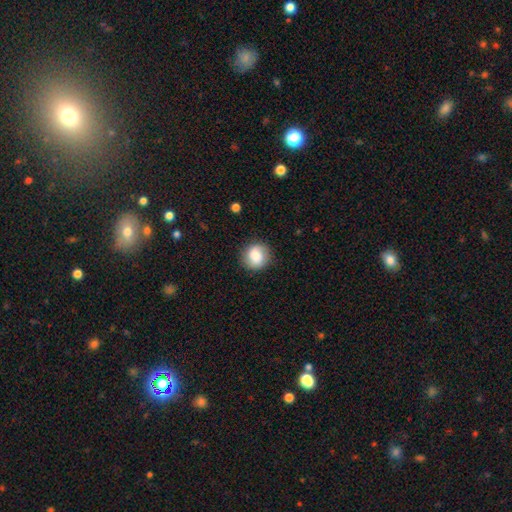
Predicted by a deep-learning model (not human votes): This appears to be a smooth galaxy with no disk features (74%) that is round (88%). Merging: none (85%).